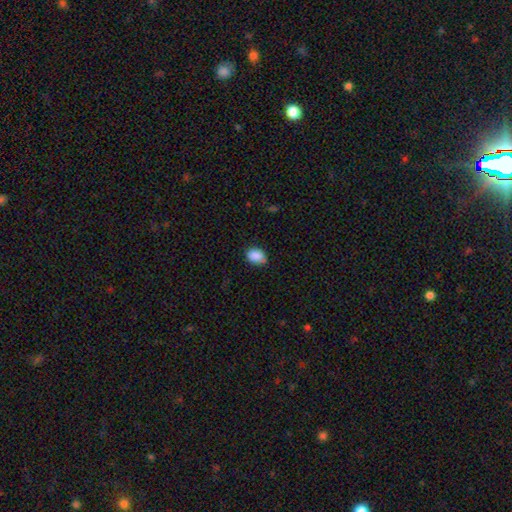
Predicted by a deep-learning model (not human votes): Smooth or featured? smooth (89%)
How rounded? in between (76%)
Merging? none (73%)